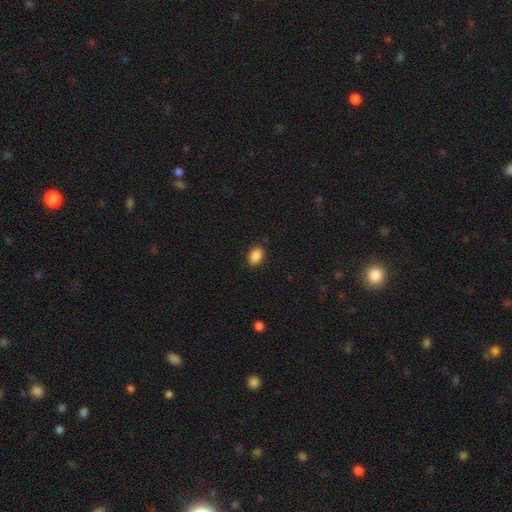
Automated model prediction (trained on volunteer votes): A smooth galaxy with no disk features (89%) that is in between round and cigar-shaped (85%).

Vote fractions:
- Smooth or featured? smooth: 89% / star or artifact: 8% / featured or disk: 3%
- How rounded? in between: 85% / round: 14% / cigar-shaped: 1%
- Merging? none: 87% / minor disturbance: 9% / major disturbance: 2% / merger: 1%